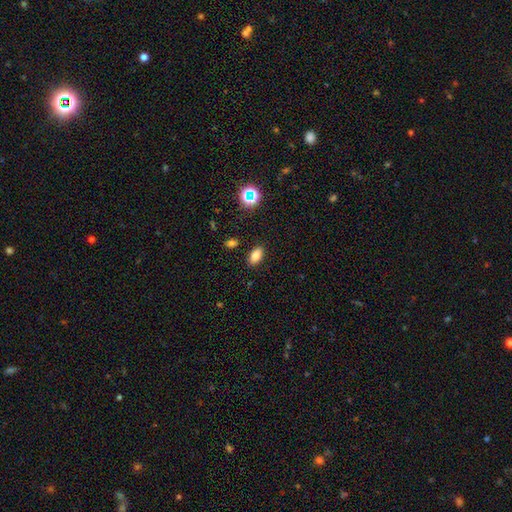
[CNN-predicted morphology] Overall: smooth (79%). How rounded: in between (89%). Merging: none (87%).